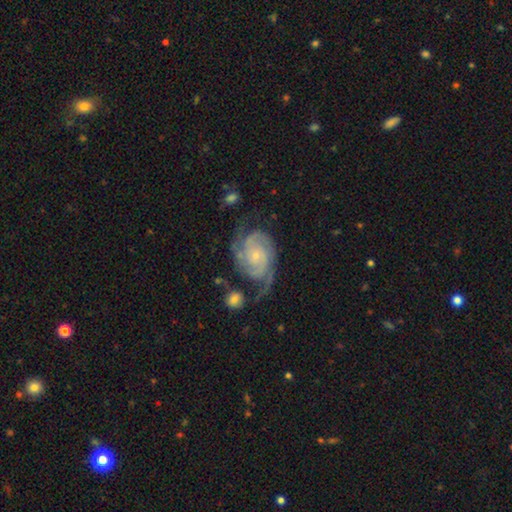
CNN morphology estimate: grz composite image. It shows a featured or disk galaxy (90%) with no bar (70%), 2 (56%) tight (56%) spiral arms (98%) and a small central bulge (76%). Merging: none (62%).